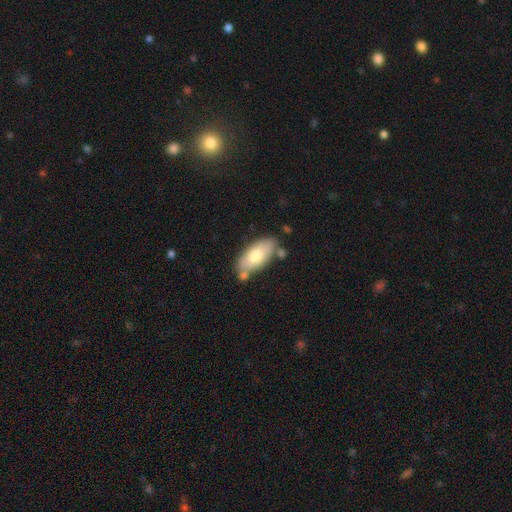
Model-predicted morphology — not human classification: A smooth galaxy with no disk features (71%) that is in between round and cigar-shaped (88%).

Vote fractions:
- Smooth or featured? smooth: 71% / featured or disk: 23% / star or artifact: 6%
- How rounded? in between: 88% / cigar-shaped: 10% / round: 2%
- Merging? none: 71% / minor disturbance: 16% / merger: 10% / major disturbance: 3%